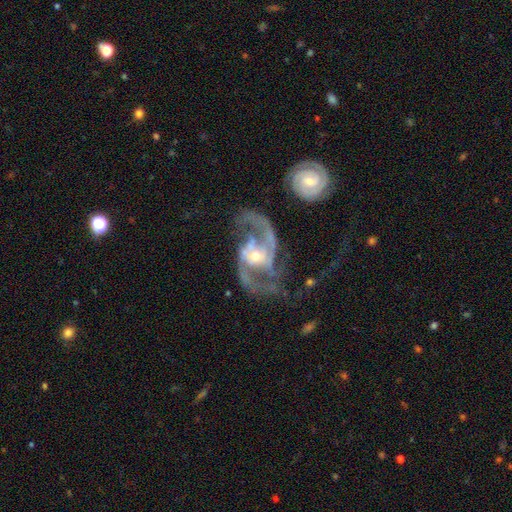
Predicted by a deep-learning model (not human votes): Smooth or featured? Predicted: featured or disk (p=0.92). Edge-on disk? Predicted: no (p=0.98). Bar? Predicted: no (p=0.46). Spiral arms? Predicted: yes (p=0.97). Spiral winding? Predicted: medium (p=0.49). Spiral arm count? Predicted: 2 (p=0.83). Bulge size? Predicted: small (p=0.48). Merging? Predicted: none (p=0.50).